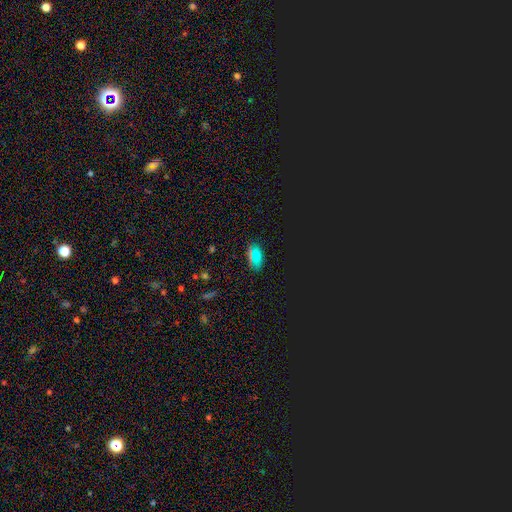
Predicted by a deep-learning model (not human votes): smooth-or-featured: smooth: 58% | star or artifact: 34% | featured or disk: 7%
  how-rounded: in between: 87% | round: 7% | cigar-shaped: 6%
  merging: none: 81% | minor disturbance: 12% | major disturbance: 4% | merger: 3%